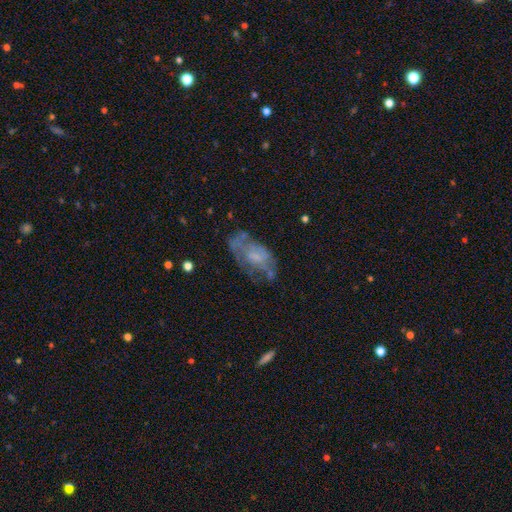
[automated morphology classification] Smooth or featured: featured or disk — 56% (smooth — 35%)
Edge-on disk: no — 94% (yes — 6%)
Bar: no — 75% (weak — 21%)
Spiral arms: no — 62% (yes — 38%)
Bulge size: small — 36% (none — 30%)
Merging: none — 45% (minor disturbance — 27%)